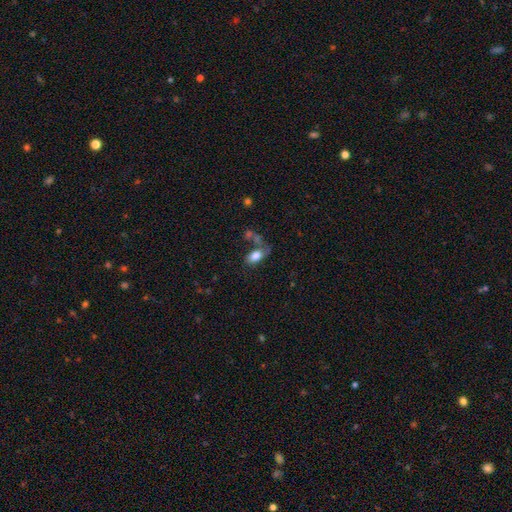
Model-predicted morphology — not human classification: A smooth galaxy with no disk features (78%) that is in between round and cigar-shaped (89%). Merging: none (41%).